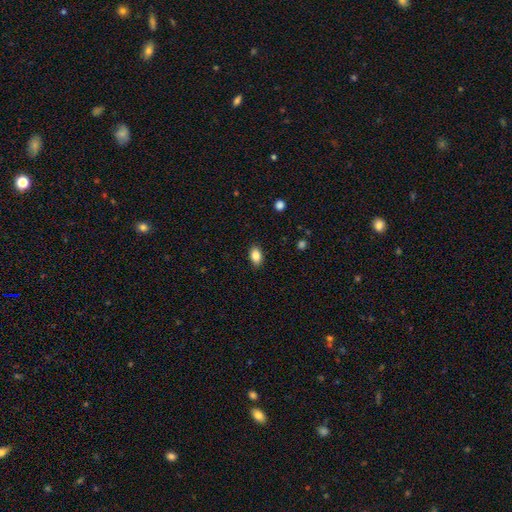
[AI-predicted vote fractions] smooth 85%, star or artifact 9%, featured or disk 7%. Down the decision tree: how rounded — in between (87%); merging — none (88%).